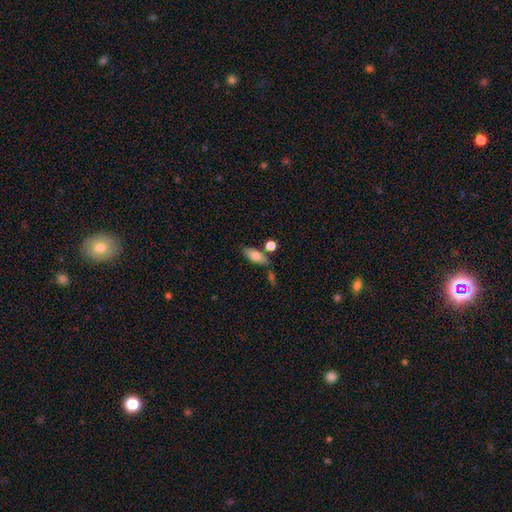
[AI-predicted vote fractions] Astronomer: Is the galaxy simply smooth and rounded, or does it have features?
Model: smooth — 75%.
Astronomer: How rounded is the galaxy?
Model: in between — 83%.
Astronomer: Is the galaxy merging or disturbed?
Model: none — 69%.